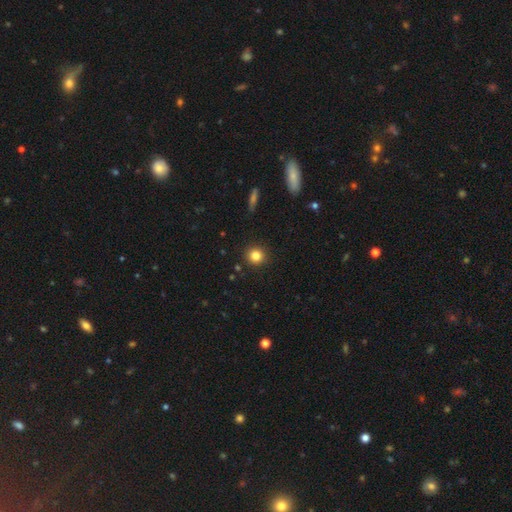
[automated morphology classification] This appears to be a smooth galaxy with no disk features (83%) that is round (92%). Merging: none (91%).